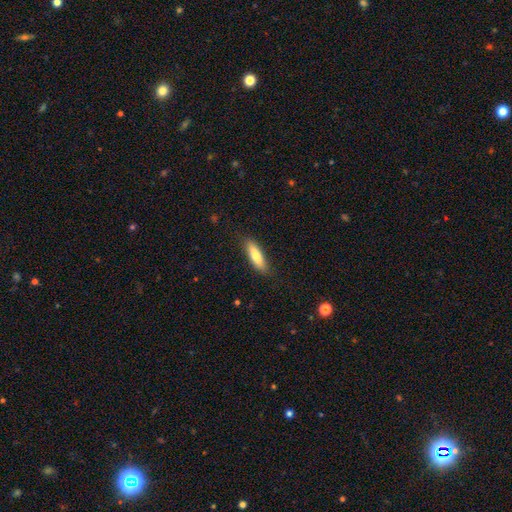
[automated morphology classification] A smooth galaxy with no disk features (78%) that is cigar-shaped (59%). Merging: none (84%).